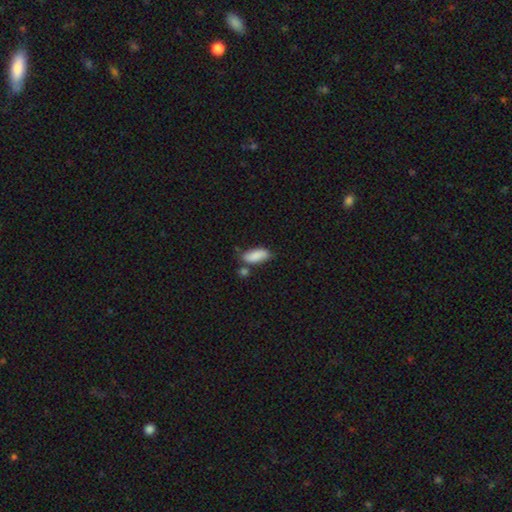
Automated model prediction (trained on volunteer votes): smooth_or_featured: smooth (p=0.84) [alt: featured or disk p=0.09]
how_rounded: in between (p=0.83) [alt: cigar-shaped p=0.15]
merging: none (p=0.62) [alt: minor disturbance p=0.21]